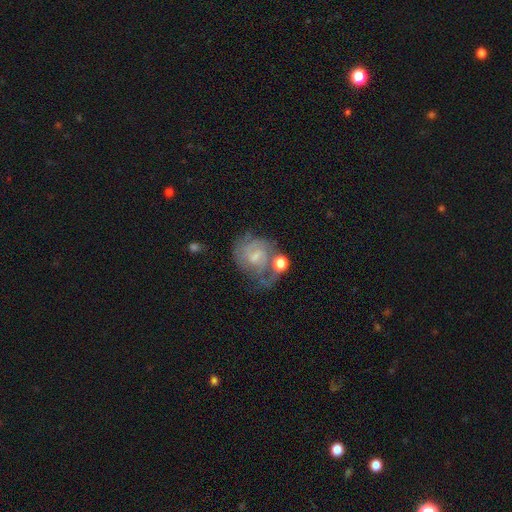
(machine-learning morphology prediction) A featured or disk galaxy (72%) with a weak bar (52%), 2 (45%) tight (47%) spiral arms (86%) and a small central bulge (49%).

Vote fractions:
- Smooth or featured? featured or disk: 72% / smooth: 20% / star or artifact: 9%
- Edge-on disk? no: 97% / yes: 3%
- Bar? weak: 52% / no: 37% / strong: 10%
- Spiral arms? yes: 86% / no: 14%
- Spiral winding? tight: 47% / medium: 39% / loose: 14%
- Spiral arm count? 2: 45% / can't tell: 32% / 3: 10% / 1: 7% / 4: 3% / more than 4: 3%
- Bulge size? small: 49% / moderate: 28% / none: 19% / large: 3% / dominant: 1%
- Merging? none: 44% / minor disturbance: 22% / major disturbance: 20% / merger: 15%